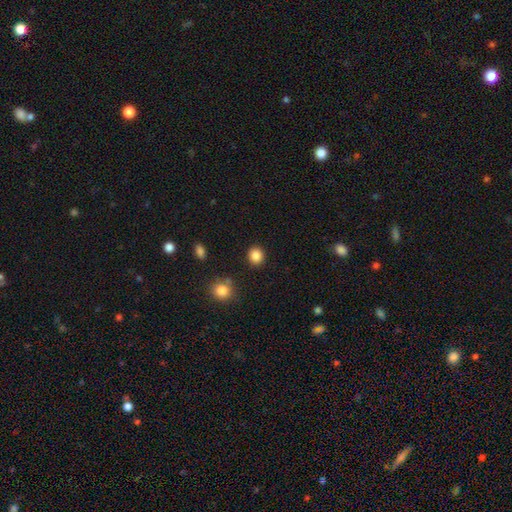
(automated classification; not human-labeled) This is clearly a smooth galaxy (86%). How rounded: clearly round (83%). Merging: clearly none (90%).